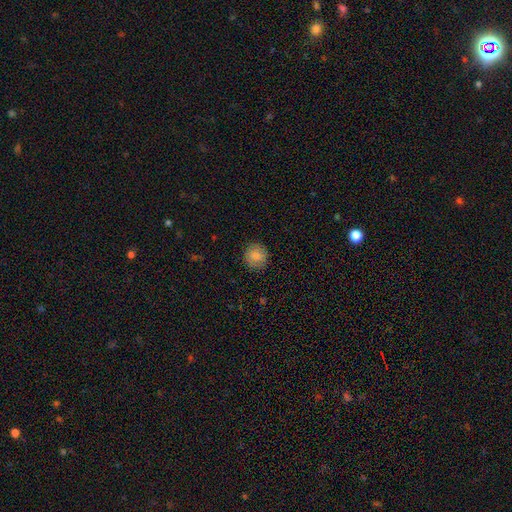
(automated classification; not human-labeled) A smooth galaxy with no disk features (82%) that is round (88%). Merging: none (87%).